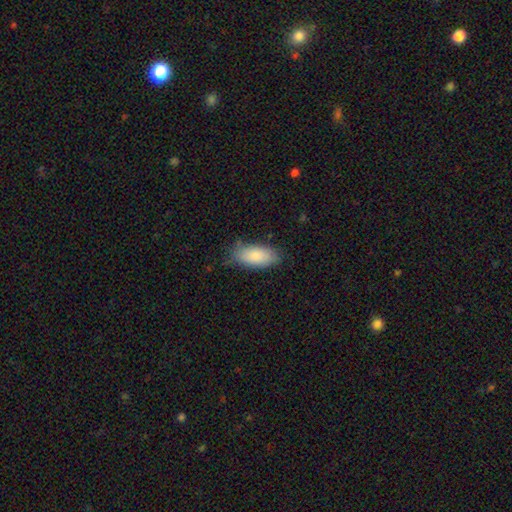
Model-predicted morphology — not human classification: type=smooth (84%); roundness=in between (90%); merging=none (70%).